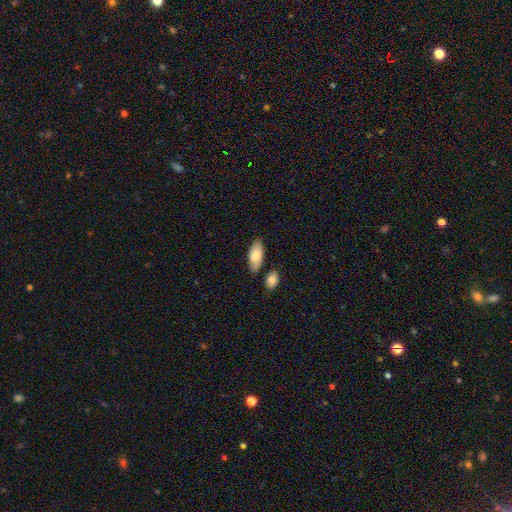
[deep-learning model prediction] Morphology: type=smooth (80%); roundness=in between (89%); merging=none (75%).